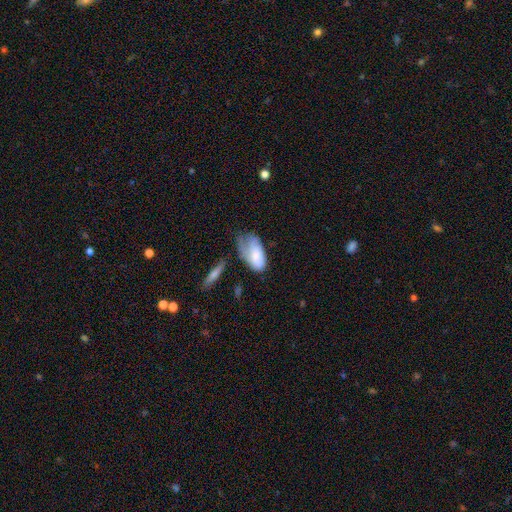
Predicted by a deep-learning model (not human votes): This is likely a smooth galaxy (64%). How rounded: clearly in between (92%). Merging: marginally minor disturbance (35%).